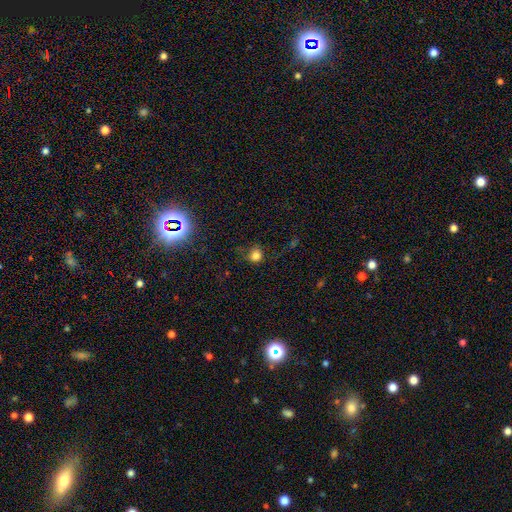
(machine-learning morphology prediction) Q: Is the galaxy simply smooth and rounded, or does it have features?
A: smooth — 78%.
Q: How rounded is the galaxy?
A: round — 84%.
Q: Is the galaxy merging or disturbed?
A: none — 68%.